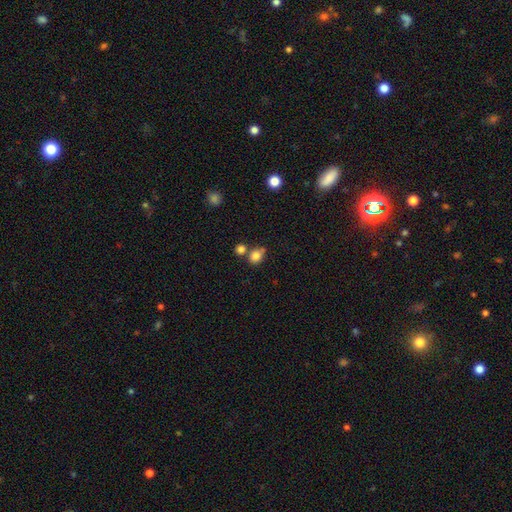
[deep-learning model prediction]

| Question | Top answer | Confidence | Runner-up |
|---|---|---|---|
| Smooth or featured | smooth | 82% | star or artifact (11%) |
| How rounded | round | 56% | in between (43%) |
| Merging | none | 54% | merger (26%) |